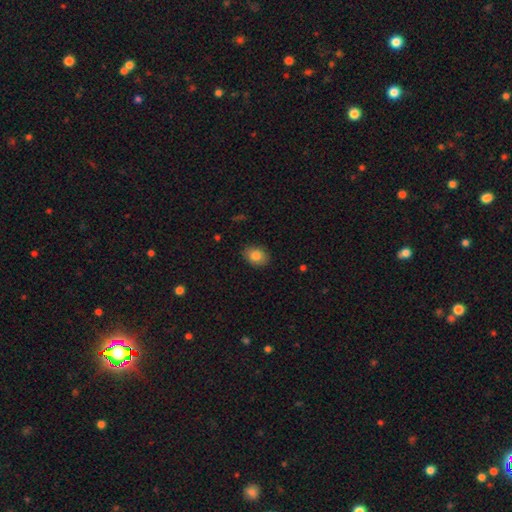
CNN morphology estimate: smooth-or-featured: smooth: 83% | star or artifact: 9% | featured or disk: 8%
  how-rounded: in between: 66% | round: 33% | cigar-shaped: 1%
  merging: none: 87% | minor disturbance: 10% | major disturbance: 2% | merger: 1%